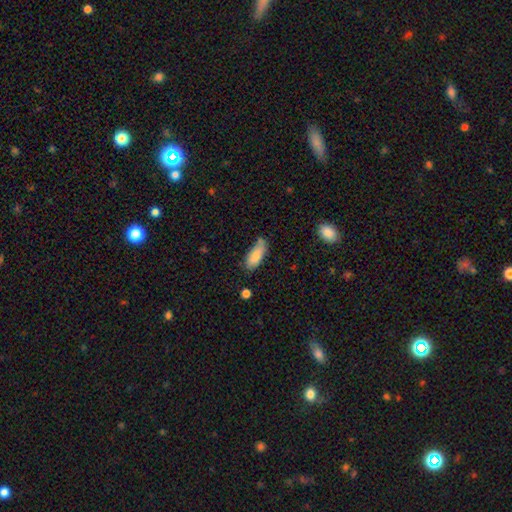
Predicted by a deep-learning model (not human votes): Smooth or featured? smooth (81%)
How rounded? in between (78%)
Merging? none (61%)